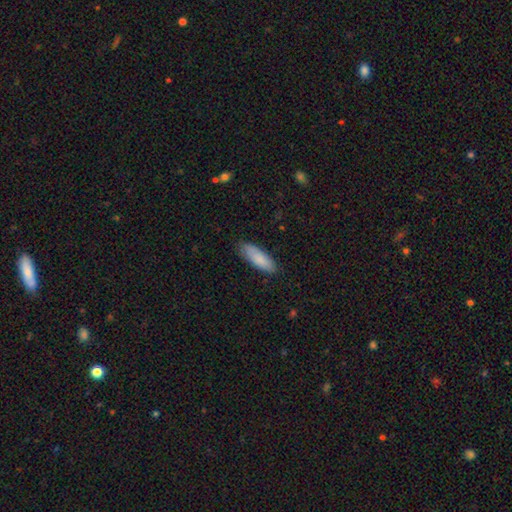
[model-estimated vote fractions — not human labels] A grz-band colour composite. It shows a smooth galaxy with no disk features (85%) that is in between round and cigar-shaped (53%). Merging: none (85%).